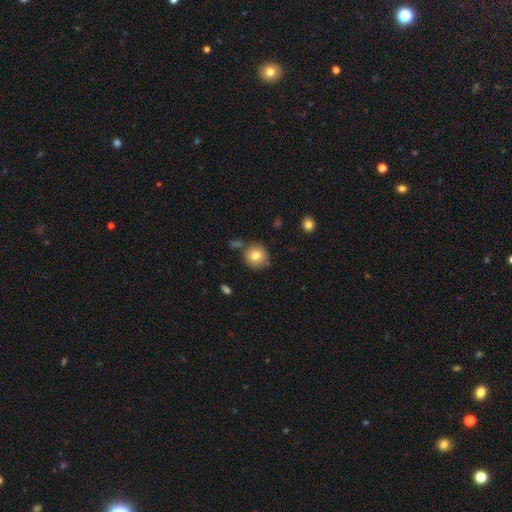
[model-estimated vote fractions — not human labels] The model was most divided on "merging": none: 79%, minor disturbance: 11%, merger: 7%, major disturbance: 3%. More confident: how rounded — round (91%); smooth or featured — smooth (80%).